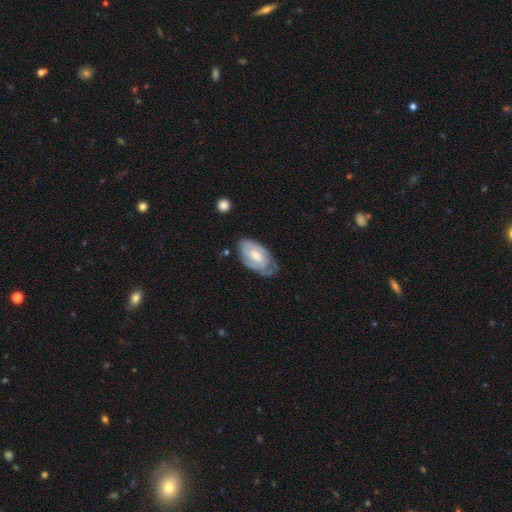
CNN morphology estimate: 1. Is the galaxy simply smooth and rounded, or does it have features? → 71% featured or disk, 23% smooth, 5% star or artifact.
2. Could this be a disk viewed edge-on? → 95% no, 5% yes.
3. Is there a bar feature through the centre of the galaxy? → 57% no, 37% weak, 6% strong.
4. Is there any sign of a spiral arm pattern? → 89% yes, 11% no.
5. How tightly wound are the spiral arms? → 62% tight, 30% medium, 8% loose.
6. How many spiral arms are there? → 42% can't tell, 32% 2, 15% 3, 5% 4, 4% 1, 3% more than 4.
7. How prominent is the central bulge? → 51% moderate, 39% small, 5% large, 4% none, 1% dominant.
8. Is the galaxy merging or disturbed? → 63% none, 27% minor disturbance, 8% major disturbance, 2% merger.